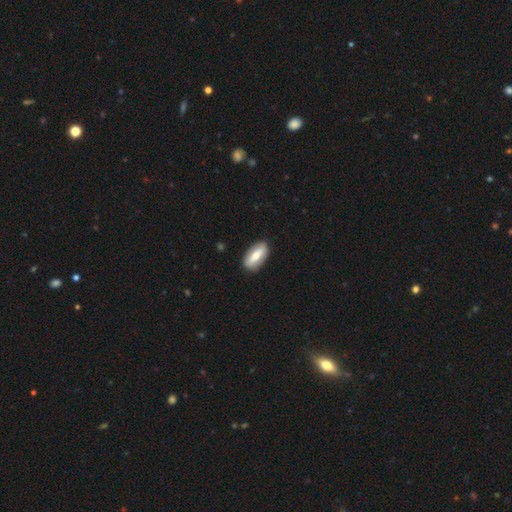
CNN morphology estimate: This is possibly a smooth galaxy (59%). How rounded: clearly in between (86%). Merging: clearly none (87%).